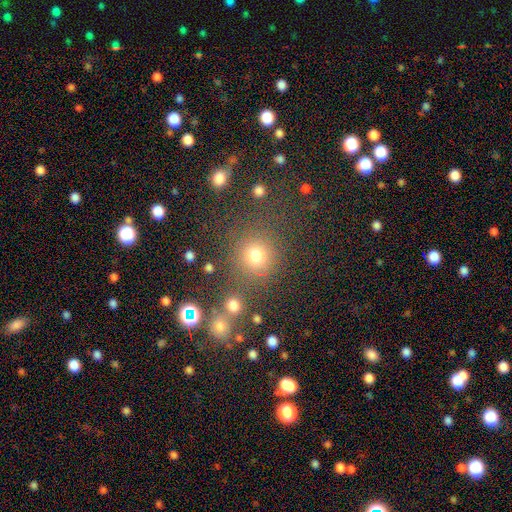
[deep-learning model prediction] Smooth or featured: smooth — 74% (star or artifact — 19%)
How rounded: round — 91% (in between — 8%)
Merging: none — 76% (minor disturbance — 10%)